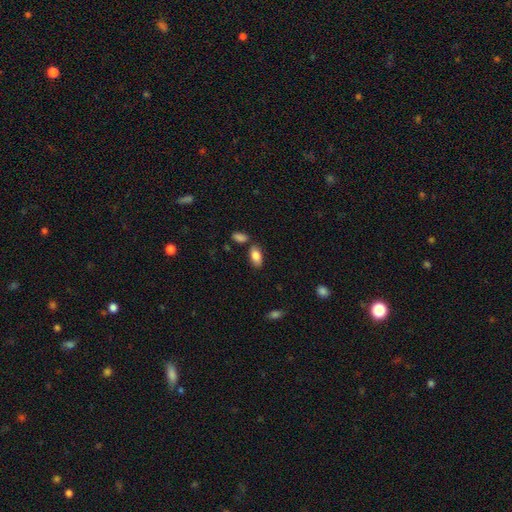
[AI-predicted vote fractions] Smooth or featured: smooth — 85% (featured or disk — 8%)
How rounded: in between — 93% (cigar-shaped — 4%)
Merging: none — 76% (minor disturbance — 12%)